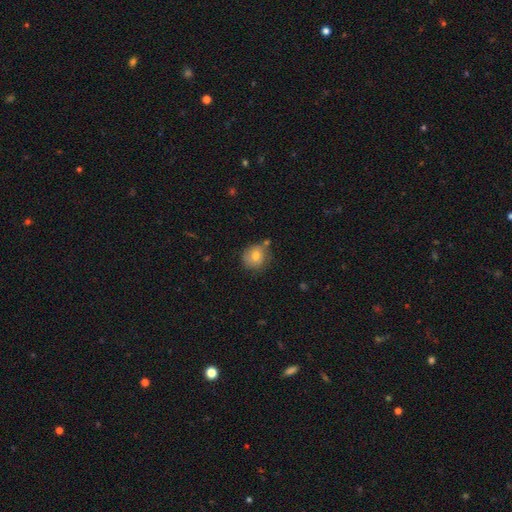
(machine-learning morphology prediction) Q: Smooth or featured?
A: smooth (76%); runner-up: featured or disk (15%)
Q: How rounded?
A: round (83%); runner-up: in between (16%)
Q: Merging?
A: none (67%); runner-up: minor disturbance (20%)